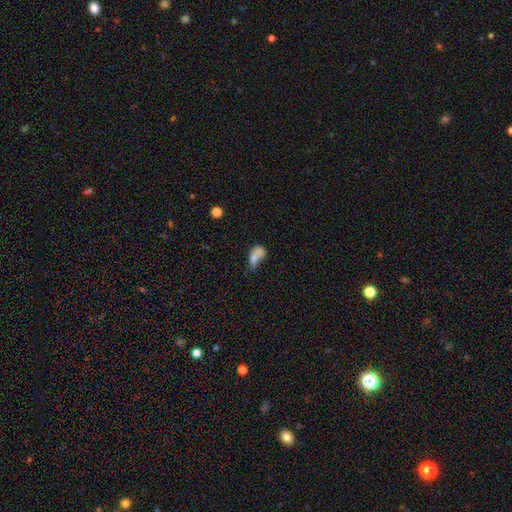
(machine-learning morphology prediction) smooth 71%, featured or disk 18%, star or artifact 11%. Down the decision tree: how rounded — in between (78%); merging — merger (49%).